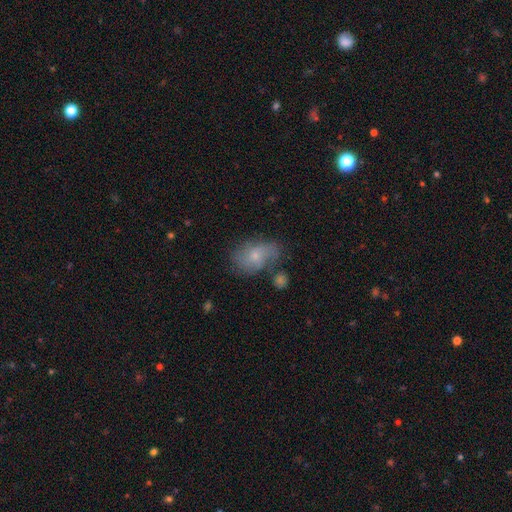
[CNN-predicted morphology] smooth 50%, featured or disk 41%, star or artifact 9%. Down the decision tree: how rounded — in between (81%); merging — none (50%).